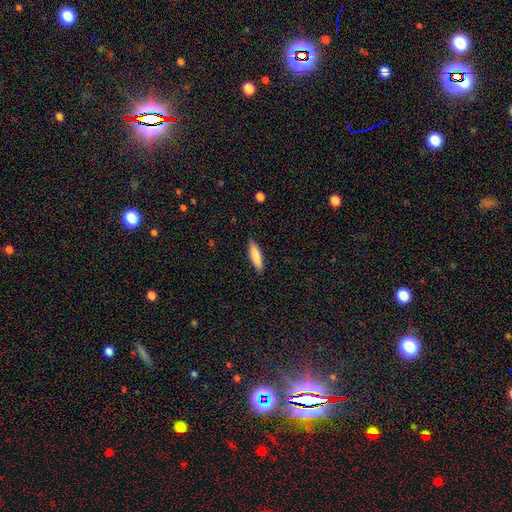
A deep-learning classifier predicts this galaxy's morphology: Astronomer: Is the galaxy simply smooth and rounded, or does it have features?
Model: smooth — 81%.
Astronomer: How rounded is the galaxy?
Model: cigar-shaped — 72%.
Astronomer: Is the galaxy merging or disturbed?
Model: none — 88%.